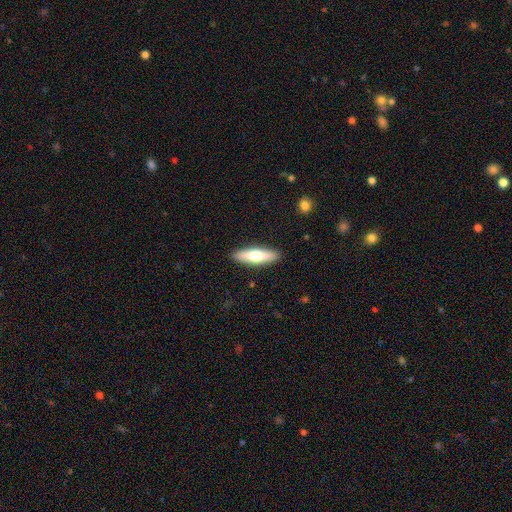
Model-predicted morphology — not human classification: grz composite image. It shows a smooth galaxy with no disk features (60%) that is cigar-shaped (60%). Merging: none (90%).